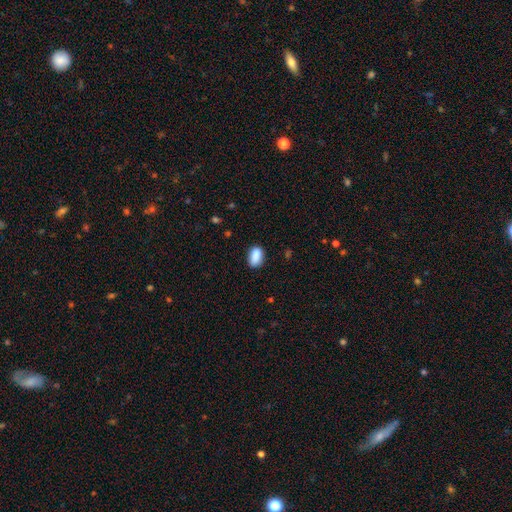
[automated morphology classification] A smooth galaxy with no disk features (88%) that is in between round and cigar-shaped (89%).

Vote fractions:
- Smooth or featured? smooth: 88% / star or artifact: 8% / featured or disk: 4%
- How rounded? in between: 89% / round: 8% / cigar-shaped: 3%
- Merging? none: 81% / minor disturbance: 15% / major disturbance: 3% / merger: 2%